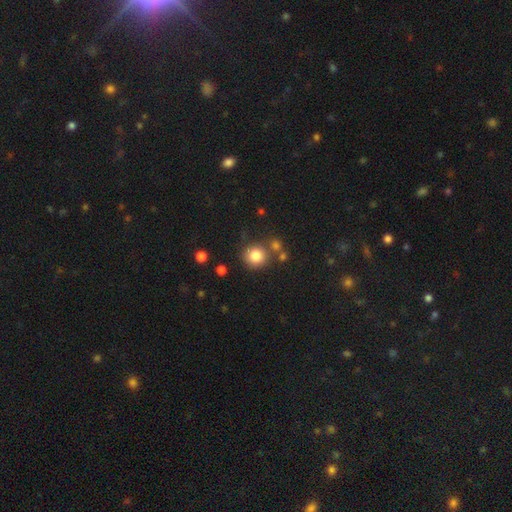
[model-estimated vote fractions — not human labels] This appears to be a smooth galaxy with no disk features (82%) that is round (91%). Merging: none (75%).